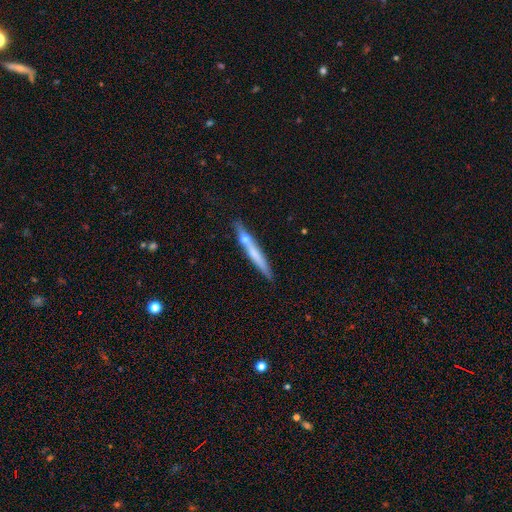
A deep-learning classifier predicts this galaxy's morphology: This appears to be a smooth galaxy with no disk features (50%). Merging: none (67%).